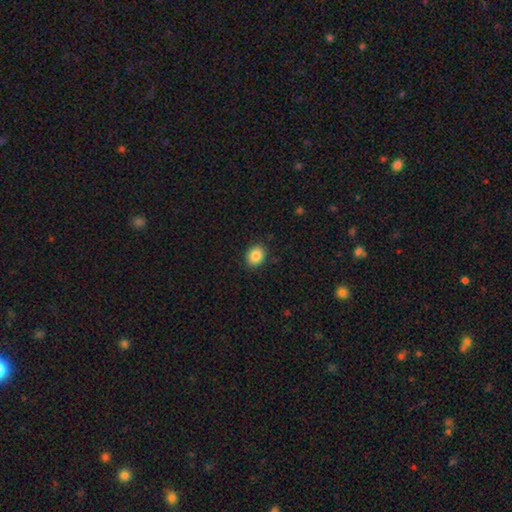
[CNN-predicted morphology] type=smooth (85%); roundness=round (53%); merging=none (89%).